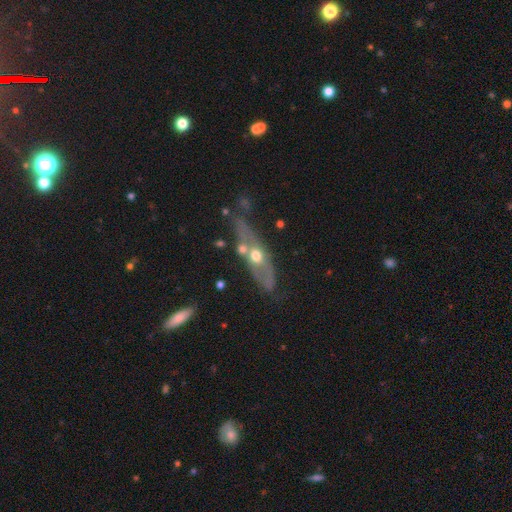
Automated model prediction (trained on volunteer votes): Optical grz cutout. It shows a featured or disk galaxy (61%). Merging: none (52%).